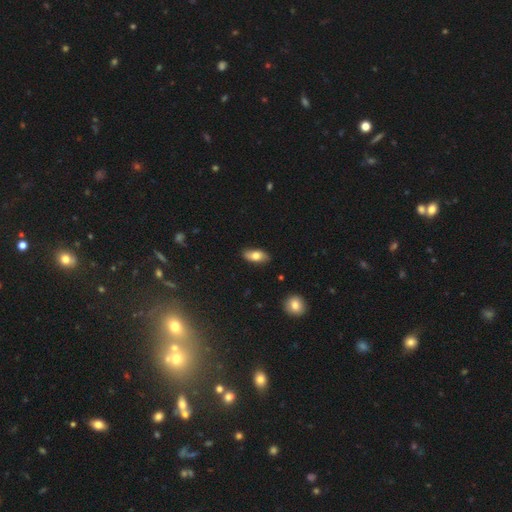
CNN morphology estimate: Smooth or featured?
  - smooth: 71% *
  - featured or disk: 22%
  - star or artifact: 7%
How rounded?
  - in between: 87% *
  - cigar-shaped: 9%
  - round: 4%
Merging?
  - none: 84% *
  - minor disturbance: 13%
  - major disturbance: 2%
  - merger: 1%